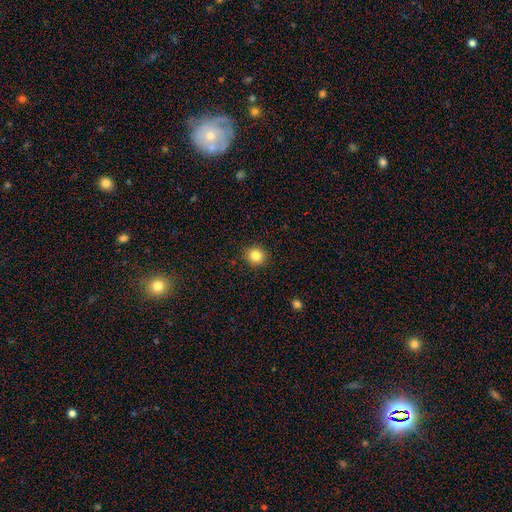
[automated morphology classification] This is clearly a smooth galaxy (84%). How rounded: clearly round (92%). Merging: clearly none (92%).